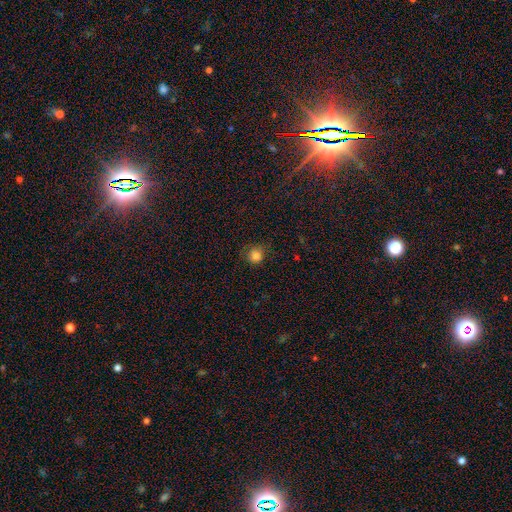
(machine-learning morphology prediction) Q: Smooth or featured?
A: smooth (82%); runner-up: star or artifact (13%)
Q: How rounded?
A: round (90%); runner-up: in between (9%)
Q: Merging?
A: none (78%); runner-up: minor disturbance (16%)